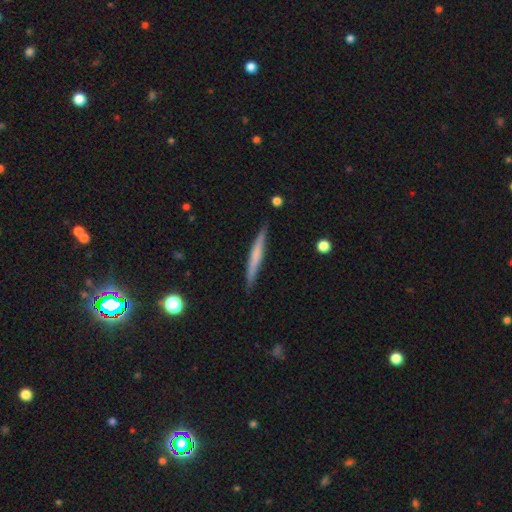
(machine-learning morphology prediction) A smooth galaxy with no disk features (50%).

Vote fractions:
- Smooth or featured? smooth: 50% / featured or disk: 44% / star or artifact: 6%
- Merging? none: 88% / minor disturbance: 9% / major disturbance: 2% / merger: 1%